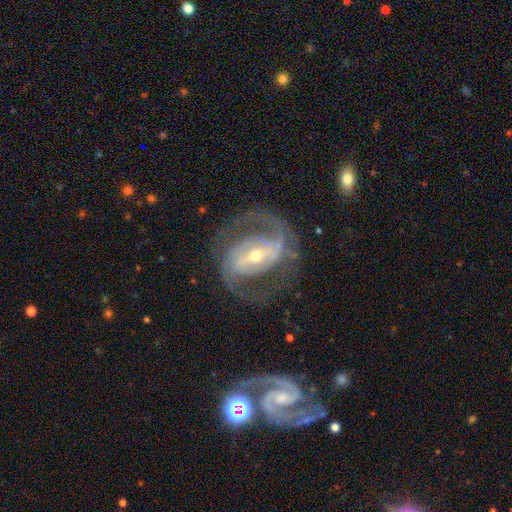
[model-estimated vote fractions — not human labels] Smooth or featured? featured or disk (90%)
Edge-on disk? no (97%)
Bar? strong (50%)
Spiral arms? yes (97%)
Spiral winding? medium (56%)
Spiral arm count? 2 (87%)
Bulge size? small (48%, tied with moderate)
Merging? none (72%)